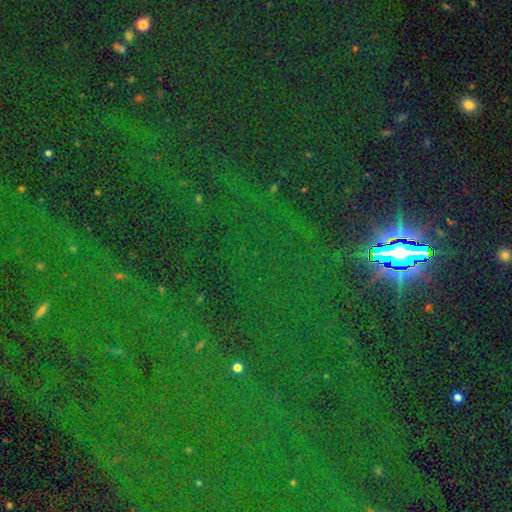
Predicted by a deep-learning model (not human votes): Overall: star or artifact (87%).